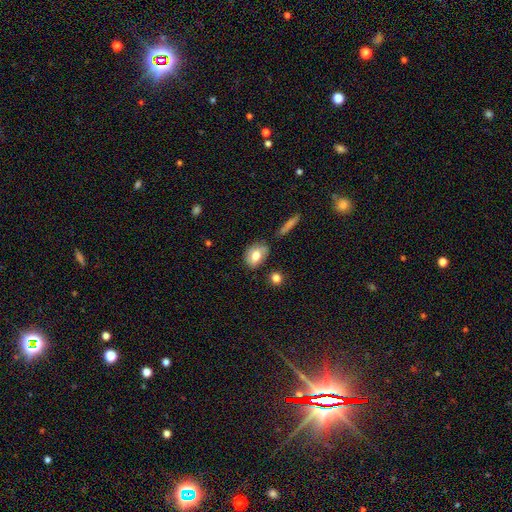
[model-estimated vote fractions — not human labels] Smooth or featured?
  - smooth: 72% *
  - featured or disk: 20%
  - star or artifact: 8%
How rounded?
  - in between: 74% *
  - round: 24%
  - cigar-shaped: 2%
Merging?
  - none: 64% *
  - minor disturbance: 23%
  - merger: 7%
  - major disturbance: 6%